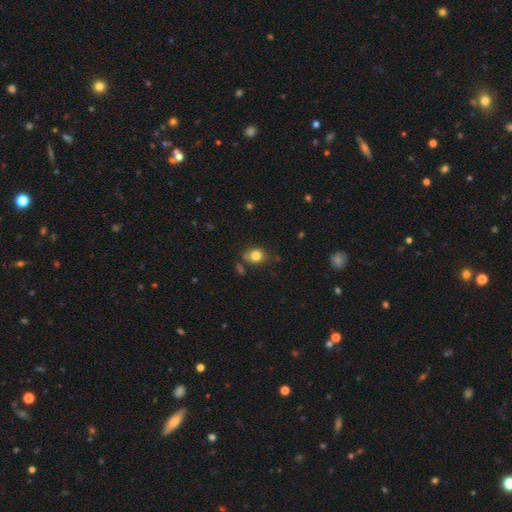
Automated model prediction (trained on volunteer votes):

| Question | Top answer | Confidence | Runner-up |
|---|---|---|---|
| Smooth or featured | smooth | 81% | star or artifact (11%) |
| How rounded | round | 61% | in between (38%) |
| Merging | none | 68% | minor disturbance (19%) |